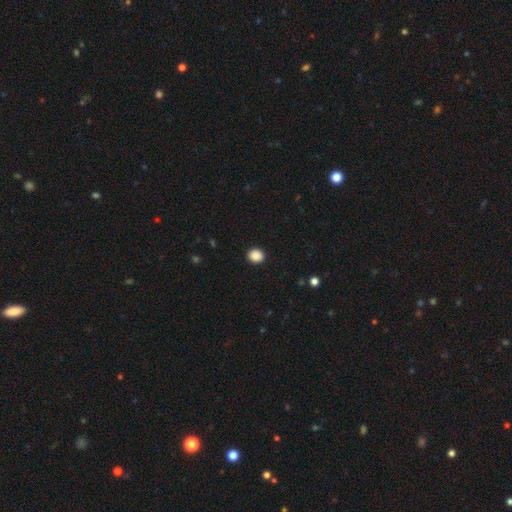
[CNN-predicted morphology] Smooth or featured? smooth (89%)
How rounded? round (67%)
Merging? none (92%)